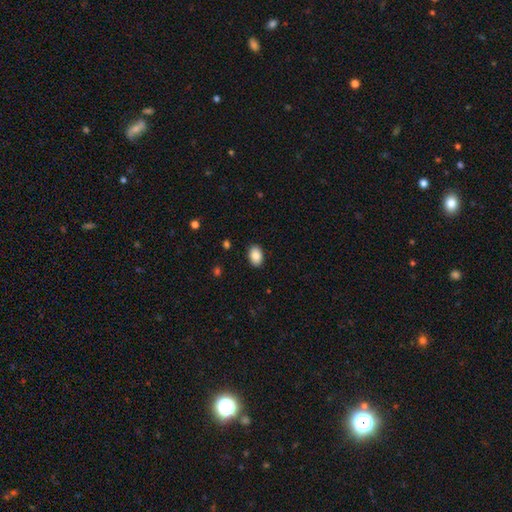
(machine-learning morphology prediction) Smooth or featured?
  - smooth: 87% *
  - star or artifact: 7%
  - featured or disk: 5%
How rounded?
  - in between: 85% *
  - round: 14%
  - cigar-shaped: 1%
Merging?
  - none: 89% *
  - minor disturbance: 8%
  - major disturbance: 2%
  - merger: 1%